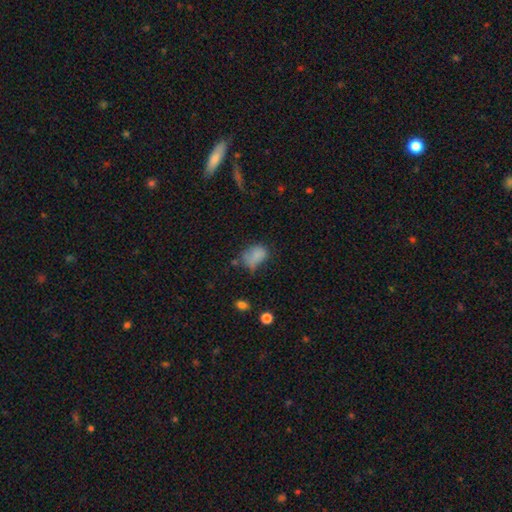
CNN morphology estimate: Overall: smooth (77%). How rounded: in between (76%). Merging: minor disturbance (35%; none 33%).